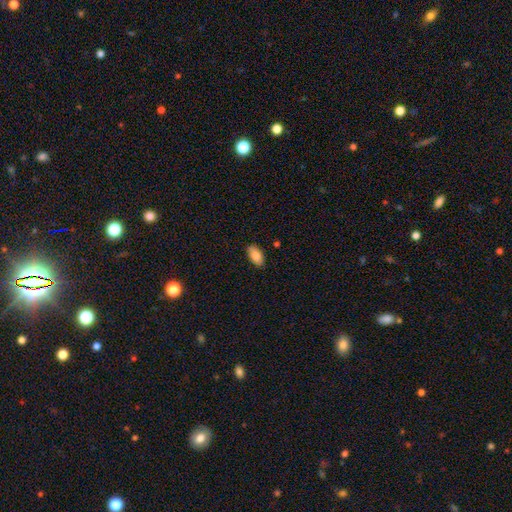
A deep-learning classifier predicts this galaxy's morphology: A smooth galaxy with no disk features (82%) that is in between round and cigar-shaped (94%).

Vote fractions:
- Smooth or featured? smooth: 82% / featured or disk: 11% / star or artifact: 7%
- How rounded? in between: 94% / round: 3% / cigar-shaped: 3%
- Merging? none: 86% / minor disturbance: 11% / major disturbance: 2% / merger: 1%